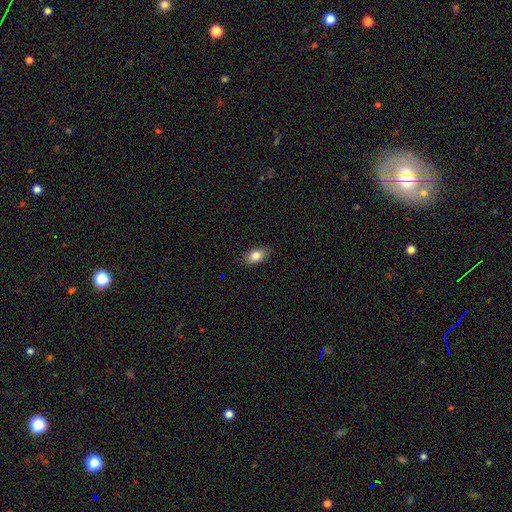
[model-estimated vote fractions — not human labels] smooth-or-featured: smooth: 82% | featured or disk: 10% | star or artifact: 8%
  how-rounded: in between: 88% | round: 8% | cigar-shaped: 4%
  merging: none: 85% | minor disturbance: 12% | major disturbance: 2% | merger: 1%